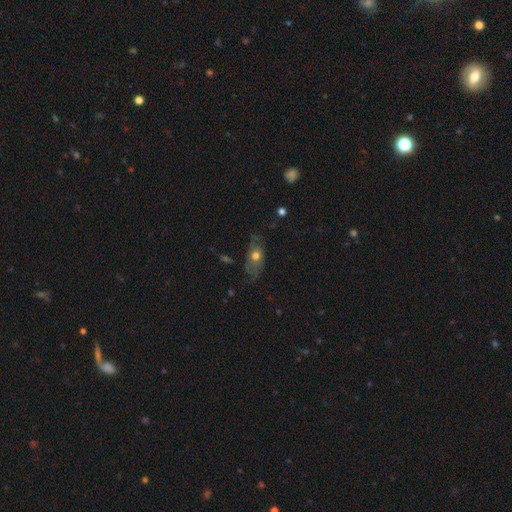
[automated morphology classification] Q: Smooth or featured?
A: smooth (49%); runner-up: featured or disk (41%)
Q: Merging?
A: none (57%); runner-up: minor disturbance (28%)